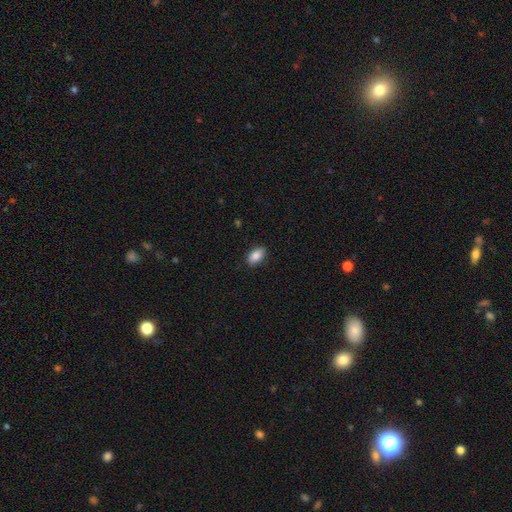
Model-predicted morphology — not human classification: This appears to be a smooth galaxy with no disk features (88%) that is in between round and cigar-shaped (92%). Merging: none (86%).